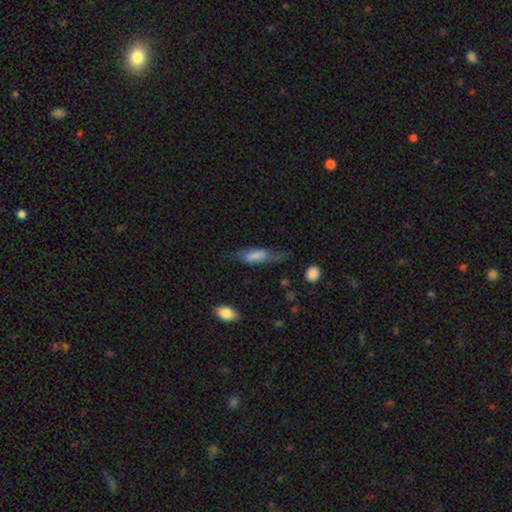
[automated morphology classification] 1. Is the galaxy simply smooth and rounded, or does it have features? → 49% smooth, 43% featured or disk, 8% star or artifact.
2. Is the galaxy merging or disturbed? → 55% none, 24% minor disturbance, 18% major disturbance, 3% merger.